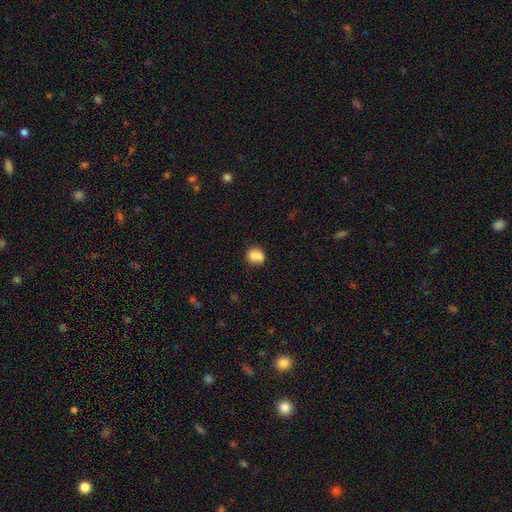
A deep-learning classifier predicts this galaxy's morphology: Smooth or featured? smooth (77%)
How rounded? round (74%)
Merging? none (42%)